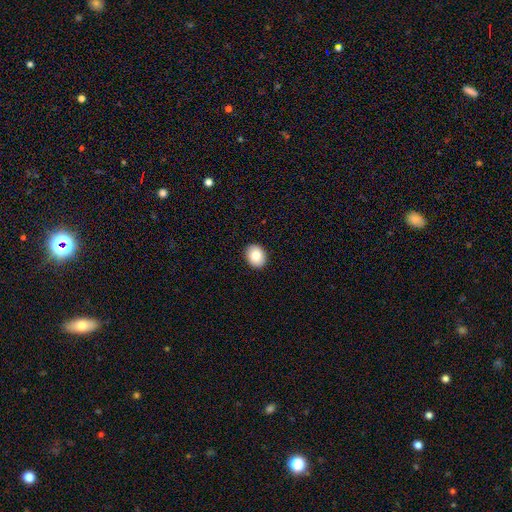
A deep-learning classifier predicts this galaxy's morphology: A smooth galaxy with no disk features (84%) that is in between round and cigar-shaped (56%).

Vote fractions:
- Smooth or featured? smooth: 84% / featured or disk: 8% / star or artifact: 8%
- How rounded? in between: 56% / round: 44% / cigar-shaped: 1%
- Merging? none: 91% / minor disturbance: 6% / major disturbance: 2% / merger: 1%